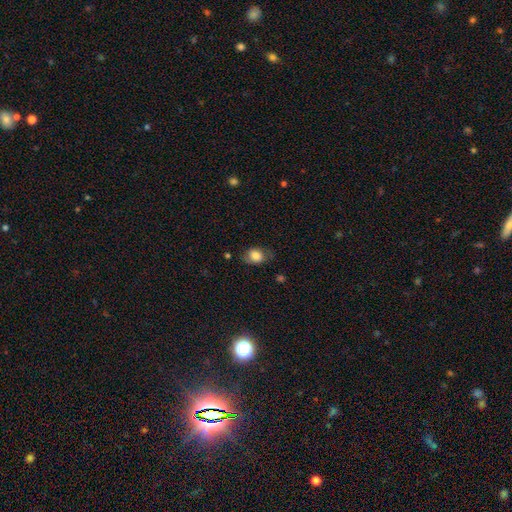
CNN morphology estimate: type=smooth (75%); roundness=in between (68%); merging=none (68%).